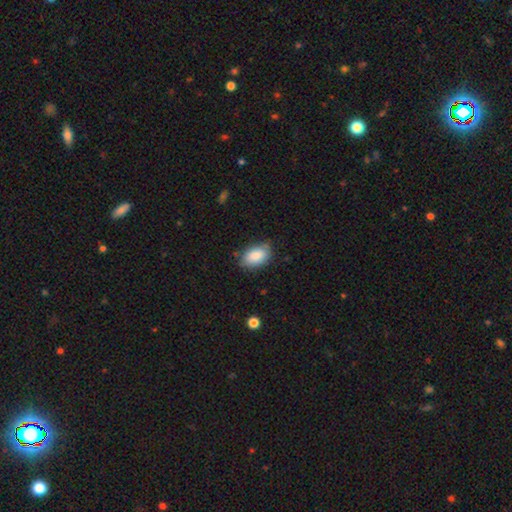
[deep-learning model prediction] smooth-or-featured: smooth: 87% | star or artifact: 7% | featured or disk: 6%
  how-rounded: in between: 92% | round: 7% | cigar-shaped: 2%
  merging: none: 77% | minor disturbance: 18% | major disturbance: 4% | merger: 1%